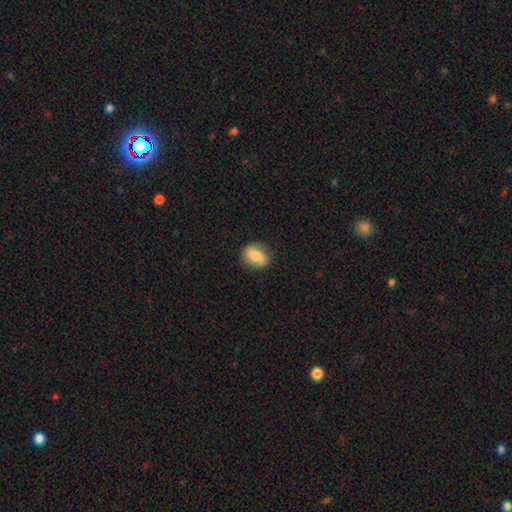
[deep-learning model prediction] Q: Smooth or featured?
A: smooth (67%); runner-up: featured or disk (26%)
Q: How rounded?
A: in between (65%); runner-up: round (31%)
Q: Merging?
A: none (80%); runner-up: minor disturbance (15%)